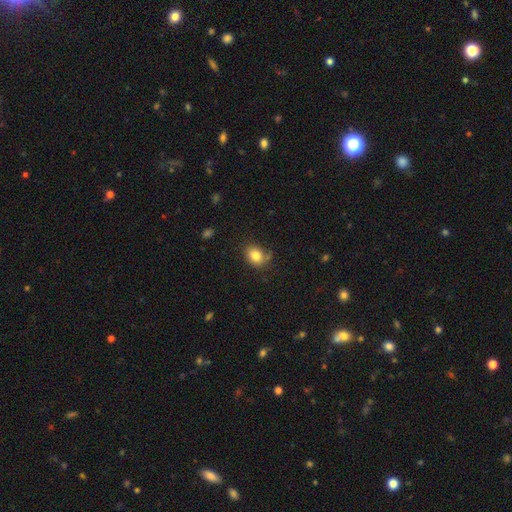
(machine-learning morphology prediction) A smooth galaxy with no disk features (81%) that is in between round and cigar-shaped (51%). Merging: none (67%).